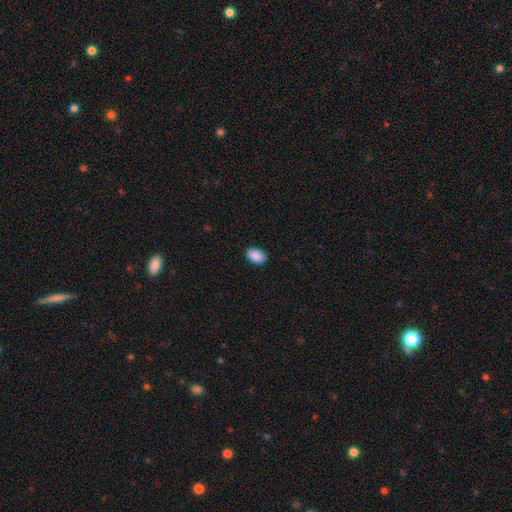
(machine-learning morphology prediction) Q: Smooth or featured?
A: smooth (91%); runner-up: star or artifact (7%)
Q: How rounded?
A: in between (92%); runner-up: round (7%)
Q: Merging?
A: none (89%); runner-up: minor disturbance (8%)